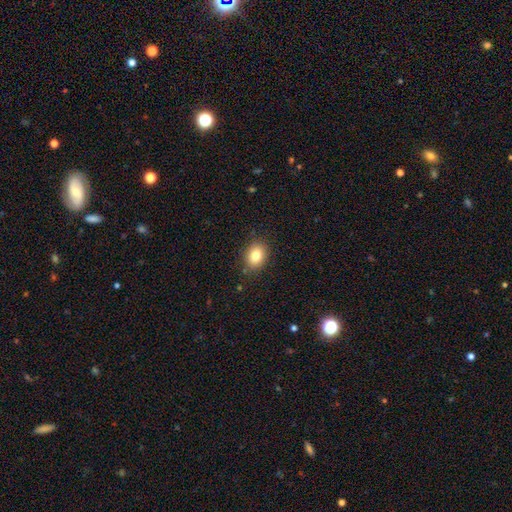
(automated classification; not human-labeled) This appears to be a smooth galaxy with no disk features (82%) that is in between round and cigar-shaped (57%). Merging: none (87%).